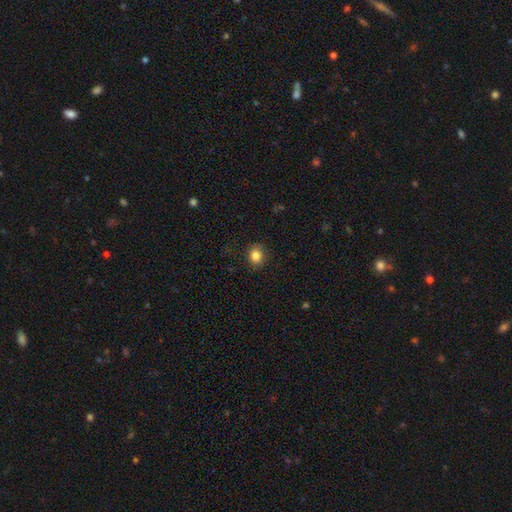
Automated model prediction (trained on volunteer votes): A smooth galaxy with no disk features (83%) that is round (68%). Merging: none (85%).